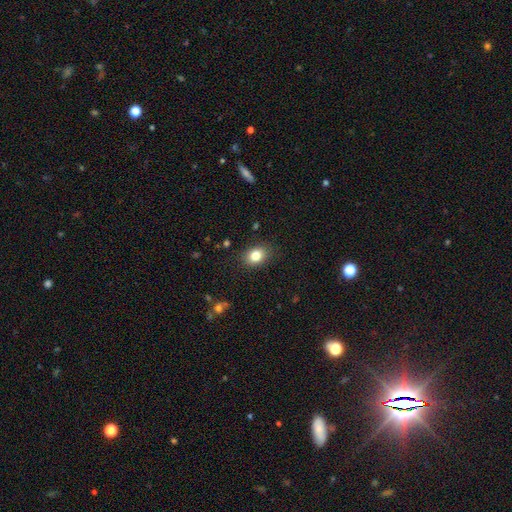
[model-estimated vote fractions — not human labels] Overall: smooth (81%). How rounded: in between (61%; round 38%). Merging: none (86%).